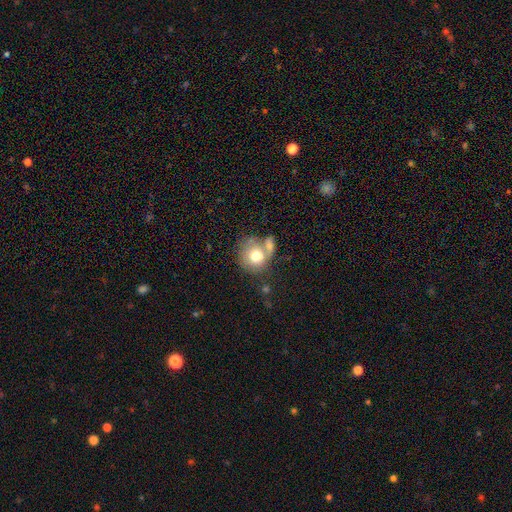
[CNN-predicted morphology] smooth 70%, featured or disk 21%, star or artifact 9%. Down the decision tree: how rounded — round (81%); merging — none (40%).